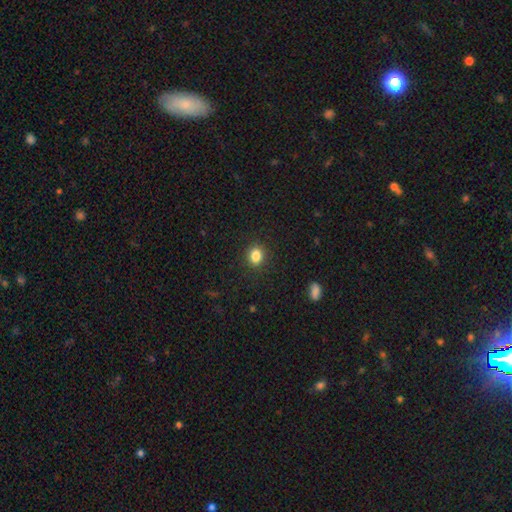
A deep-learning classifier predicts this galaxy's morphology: smooth 84%, star or artifact 11%, featured or disk 5%. Down the decision tree: how rounded — round (61%); merging — none (90%).